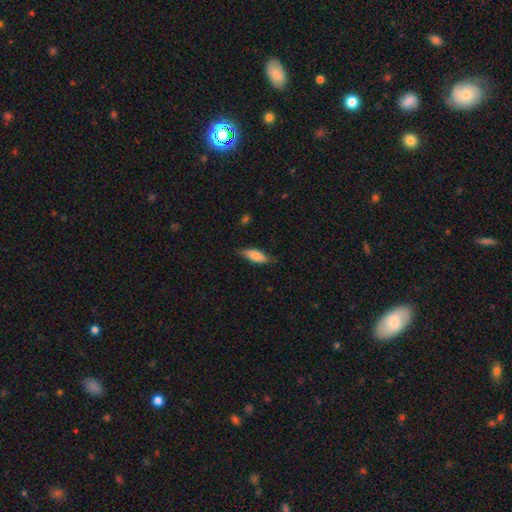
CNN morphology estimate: Smooth or featured: smooth — 76% (featured or disk — 18%)
How rounded: in between — 72% (cigar-shaped — 26%)
Merging: none — 73% (minor disturbance — 21%)